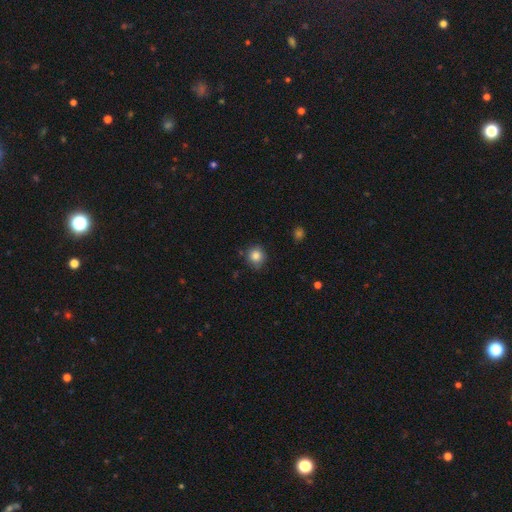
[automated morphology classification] Smooth or featured?
  - smooth: 85% *
  - star or artifact: 10%
  - featured or disk: 5%
How rounded?
  - round: 91% *
  - in between: 8%
  - cigar-shaped: 1%
Merging?
  - none: 83% *
  - minor disturbance: 13%
  - major disturbance: 3%
  - merger: 2%